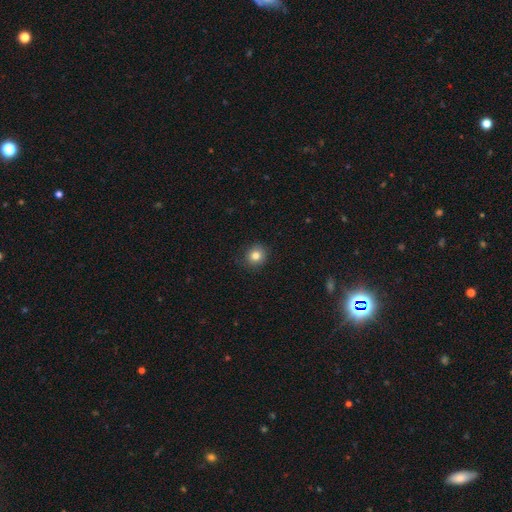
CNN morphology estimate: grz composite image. It shows a smooth galaxy with no disk features (81%) that is round (87%). Merging: none (88%).